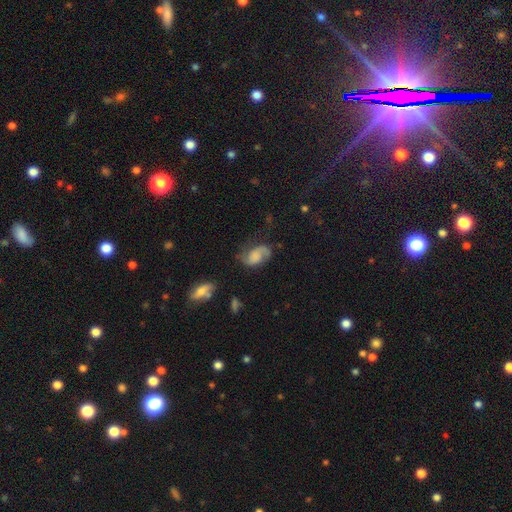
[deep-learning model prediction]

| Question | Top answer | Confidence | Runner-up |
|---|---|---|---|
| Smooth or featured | featured or disk | 63% | smooth (28%) |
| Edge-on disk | no | 97% | yes (3%) |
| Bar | no | 62% | weak (32%) |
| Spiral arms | yes | 92% | no (8%) |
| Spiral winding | medium | 42% | loose (41%) |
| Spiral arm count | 2 | 80% | 1 (11%) |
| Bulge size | none | 48% | large (17%) |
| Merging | none | 58% | minor disturbance (25%) |